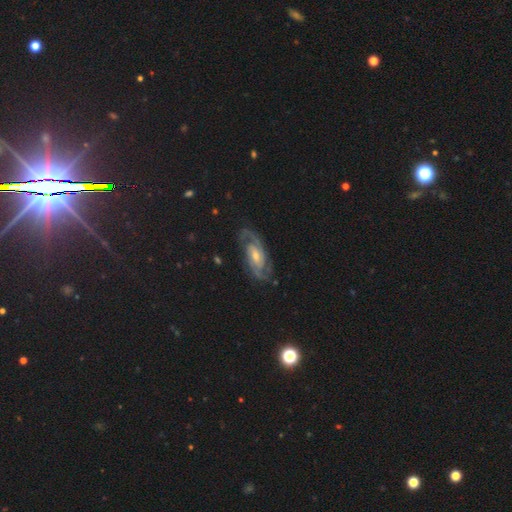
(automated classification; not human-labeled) smooth-or-featured: featured or disk: 88% | star or artifact: 6% | smooth: 6%
  disk-edge-on: no: 96% | yes: 4%
    bar: weak: 43% | no: 42% | strong: 15%
    has-spiral-arms: yes: 97% | no: 3%
      spiral-winding: tight: 47% | medium: 44% | loose: 9%
      spiral-arm-count: 2: 81% | can't tell: 6% | 3: 6% | 1: 2% | 4: 2% | more than 4: 2%
    bulge-size: moderate: 50% | small: 43% | large: 4% | none: 2% | dominant: 1%
  merging: none: 81% | minor disturbance: 13% | major disturbance: 5% | merger: 1%